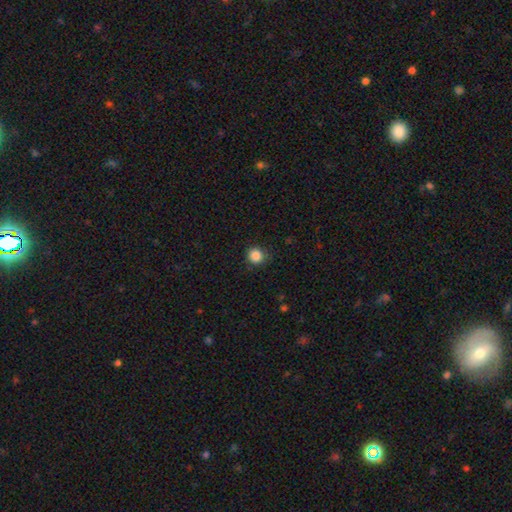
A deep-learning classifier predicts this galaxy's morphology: smooth_or_featured: smooth (p=0.86) [alt: star or artifact p=0.10]
how_rounded: round (p=0.91) [alt: in between p=0.09]
merging: none (p=0.87) [alt: minor disturbance p=0.10]